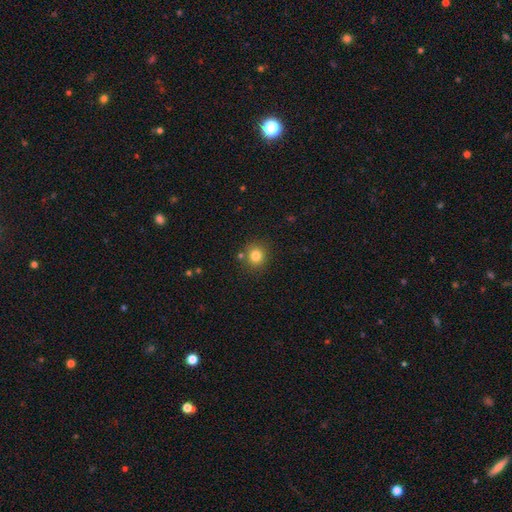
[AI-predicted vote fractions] A smooth galaxy with no disk features (82%) that is round (90%). Merging: none (82%).